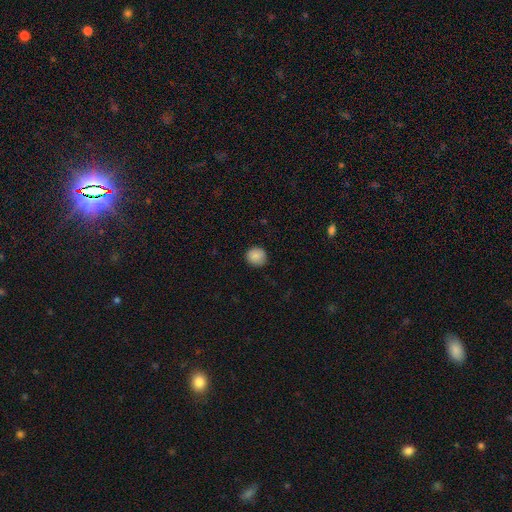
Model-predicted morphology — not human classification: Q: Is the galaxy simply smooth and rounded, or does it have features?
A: smooth — 88%.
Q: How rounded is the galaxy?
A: round — 87%.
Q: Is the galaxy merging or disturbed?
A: none — 88%.